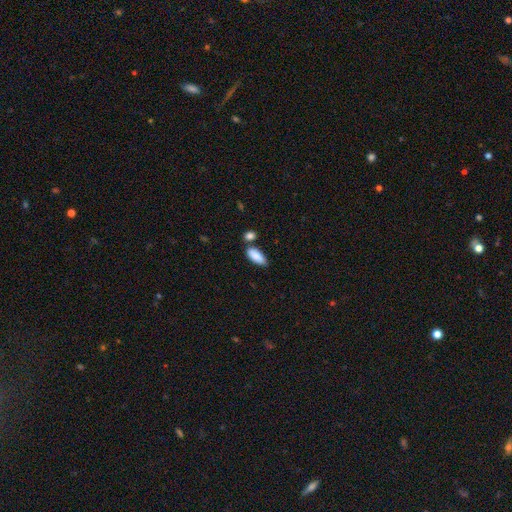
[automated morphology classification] smooth_or_featured: smooth (p=0.87) [alt: featured or disk p=0.07]
how_rounded: in between (p=0.83) [alt: cigar-shaped p=0.14]
merging: none (p=0.61) [alt: minor disturbance p=0.19]